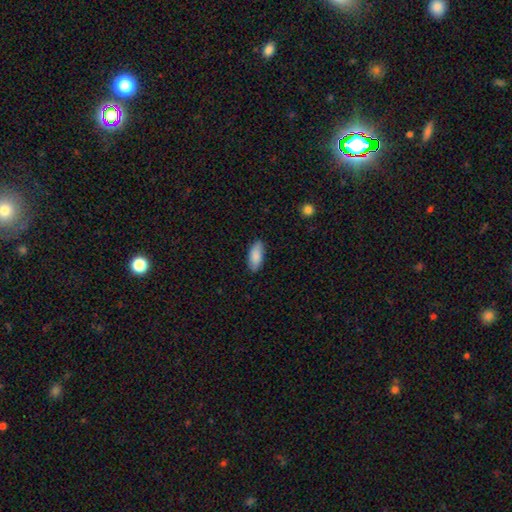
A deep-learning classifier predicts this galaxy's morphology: A smooth galaxy with no disk features (87%) that is in between round and cigar-shaped (85%).

Vote fractions:
- Smooth or featured? smooth: 87% / featured or disk: 7% / star or artifact: 6%
- How rounded? in between: 85% / cigar-shaped: 13% / round: 2%
- Merging? none: 85% / minor disturbance: 12% / major disturbance: 2% / merger: 1%